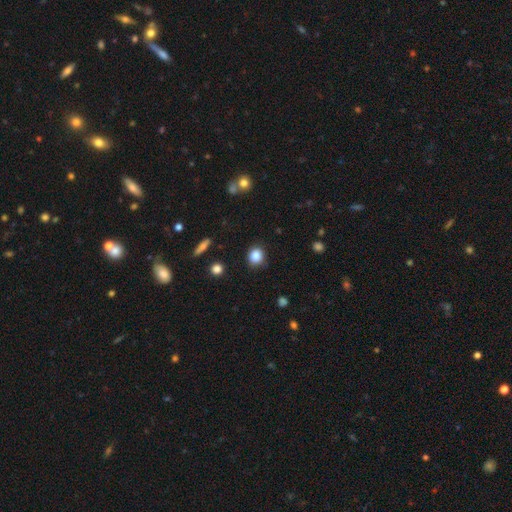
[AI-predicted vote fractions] This is clearly a smooth galaxy (85%). How rounded: likely round (80%). Merging: clearly none (86%).